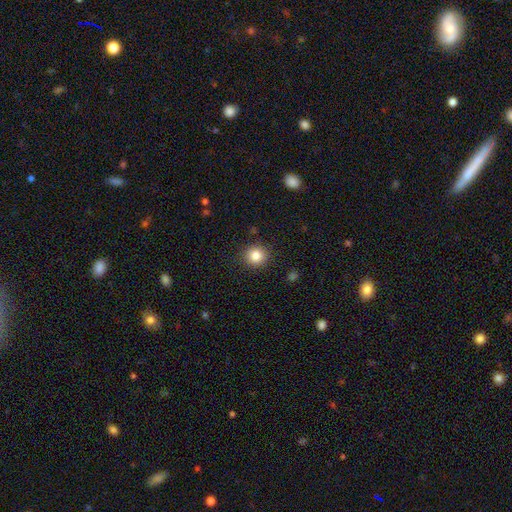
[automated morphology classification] Q: Smooth or featured?
A: smooth (84%); runner-up: star or artifact (11%)
Q: How rounded?
A: round (92%); runner-up: in between (7%)
Q: Merging?
A: none (90%); runner-up: minor disturbance (7%)